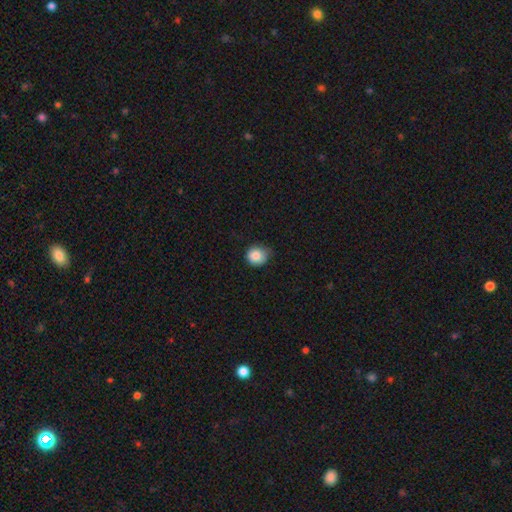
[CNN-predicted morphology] A smooth galaxy with no disk features (85%) that is round (86%). Merging: none (66%).